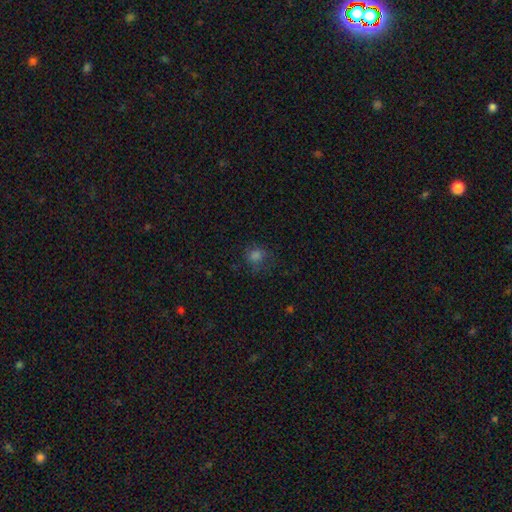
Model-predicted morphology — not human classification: Smooth or featured? Predicted: smooth (p=0.72). How rounded? Predicted: round (p=0.76). Merging? Predicted: none (p=0.70).